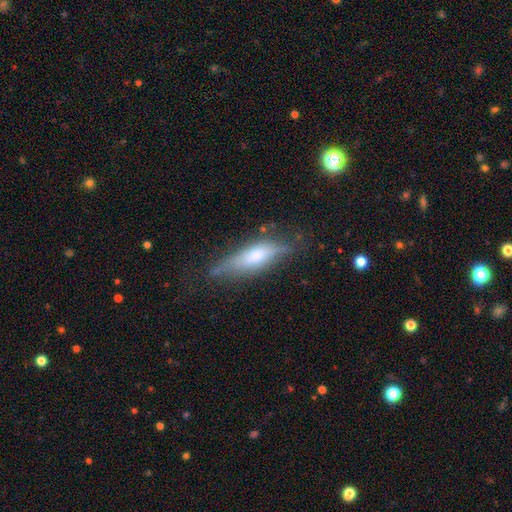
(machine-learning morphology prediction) A smooth galaxy with no disk features (47%). Merging: none (60%).